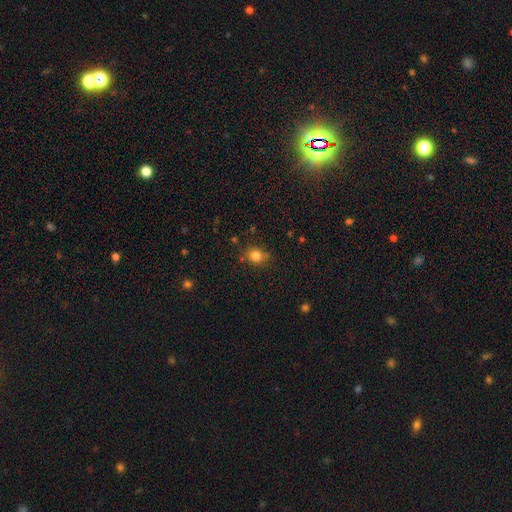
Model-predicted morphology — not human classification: Smooth or featured? smooth (81%)
How rounded? round (80%)
Merging? none (79%)